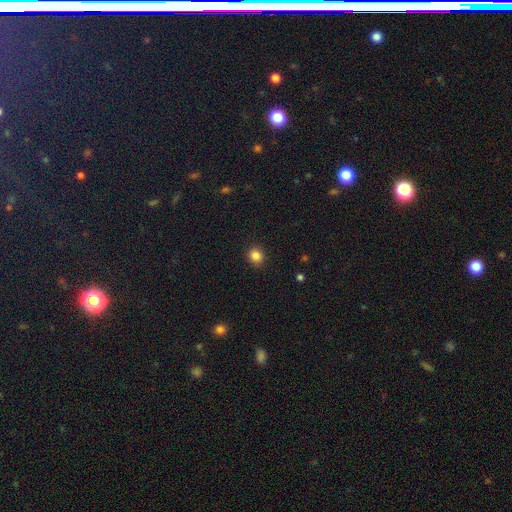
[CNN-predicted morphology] A smooth galaxy with no disk features (85%) that is round (83%).

Vote fractions:
- Smooth or featured? smooth: 85% / star or artifact: 11% / featured or disk: 4%
- How rounded? round: 83% / in between: 16% / cigar-shaped: 1%
- Merging? none: 91% / minor disturbance: 6% / major disturbance: 2% / merger: 1%